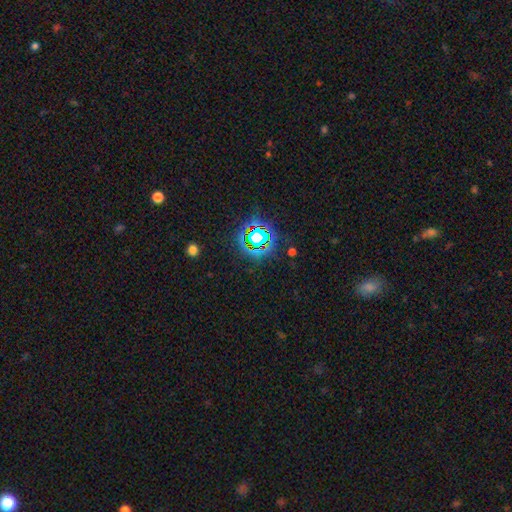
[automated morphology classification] smooth-or-featured: star or artifact: 76% | smooth: 15% | featured or disk: 9%